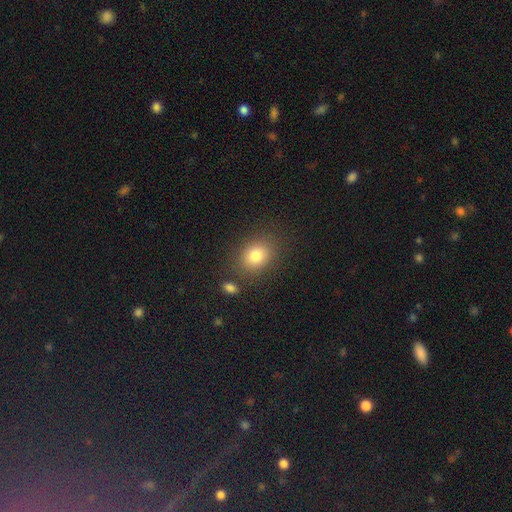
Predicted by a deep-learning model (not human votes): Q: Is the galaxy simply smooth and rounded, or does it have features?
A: smooth — 81%.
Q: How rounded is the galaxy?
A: in between — 50%.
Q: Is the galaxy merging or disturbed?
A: none — 81%.